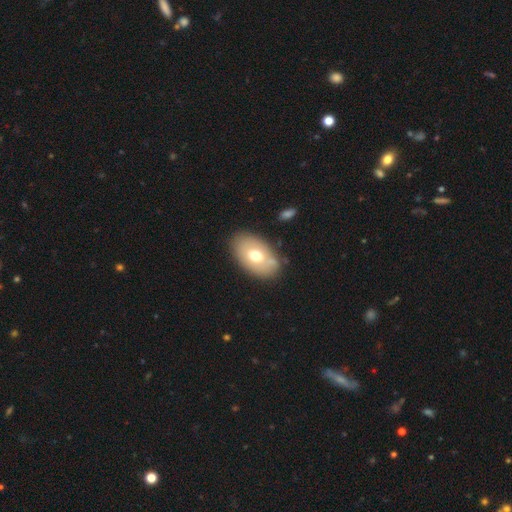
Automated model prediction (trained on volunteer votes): Smooth or featured: smooth — 63% (featured or disk — 29%)
How rounded: in between — 89% (round — 10%)
Merging: none — 75% (minor disturbance — 16%)